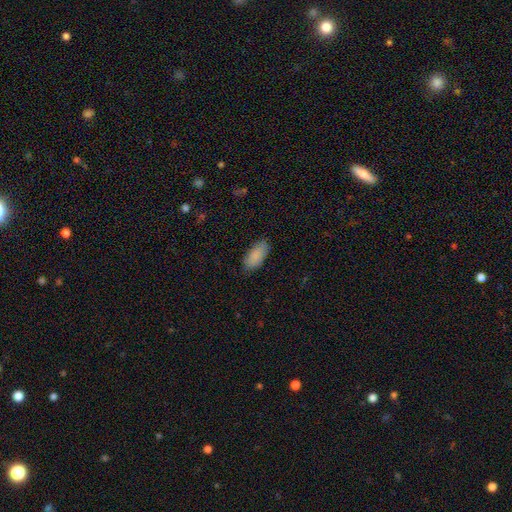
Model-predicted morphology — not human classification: Q: Smooth or featured?
A: smooth (88%); runner-up: star or artifact (6%)
Q: How rounded?
A: in between (91%); runner-up: cigar-shaped (7%)
Q: Merging?
A: none (83%); runner-up: minor disturbance (13%)